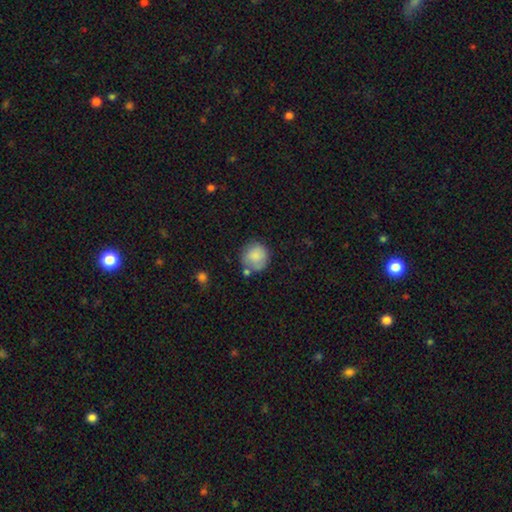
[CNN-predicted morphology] A smooth galaxy with no disk features (82%) that is round (89%). Merging: none (63%).